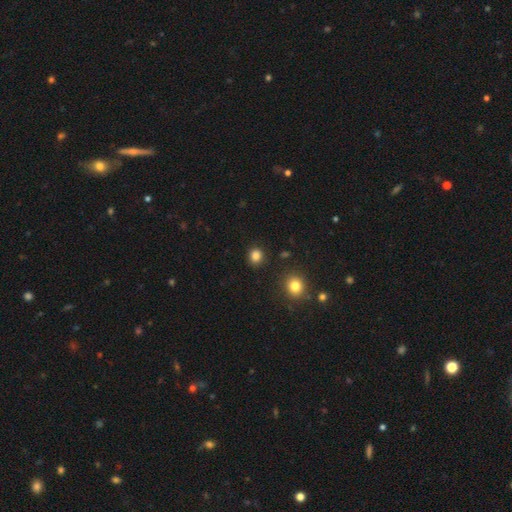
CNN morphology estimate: Q: Smooth or featured?
A: smooth (84%); runner-up: star or artifact (12%)
Q: How rounded?
A: round (82%); runner-up: in between (17%)
Q: Merging?
A: none (90%); runner-up: minor disturbance (6%)